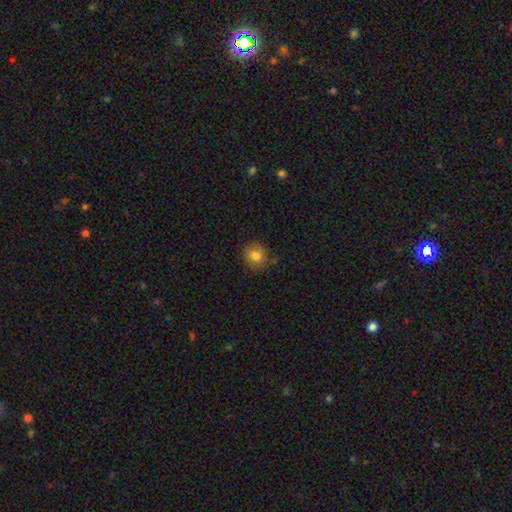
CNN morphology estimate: This is clearly a smooth galaxy (81%). How rounded: clearly round (89%). Merging: clearly none (87%).